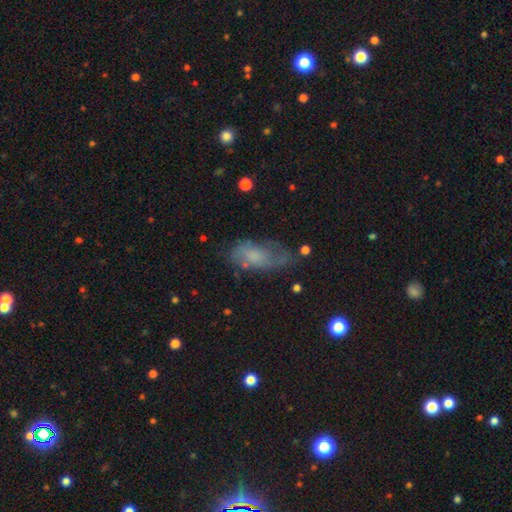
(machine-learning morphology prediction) type=smooth (51%); roundness=in between (89%); merging=none (48%).